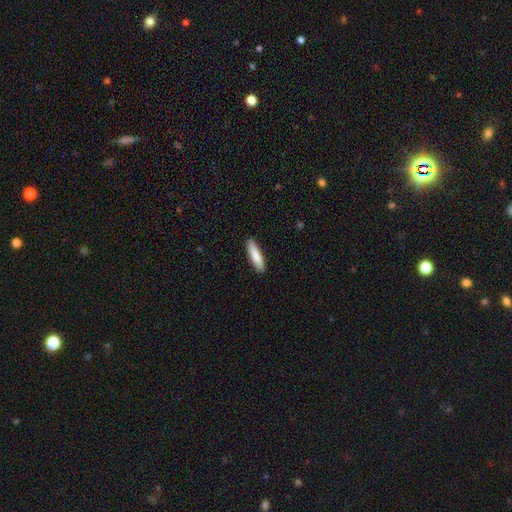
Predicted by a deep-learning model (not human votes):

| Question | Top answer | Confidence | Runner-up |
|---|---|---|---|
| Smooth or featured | smooth | 86% | featured or disk (9%) |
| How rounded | cigar-shaped | 74% | in between (25%) |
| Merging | none | 90% | minor disturbance (7%) |